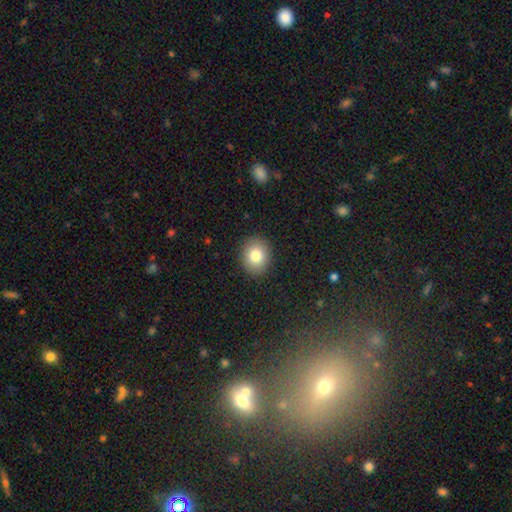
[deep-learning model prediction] smooth_or_featured: smooth (p=0.82) [alt: star or artifact p=0.09]
how_rounded: round (p=0.67) [alt: in between p=0.32]
merging: none (p=0.90) [alt: minor disturbance p=0.07]